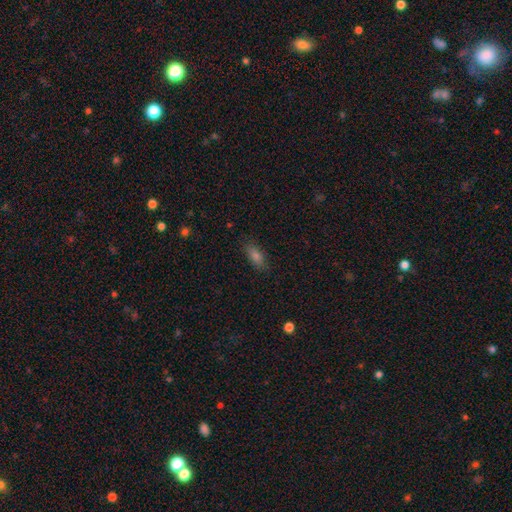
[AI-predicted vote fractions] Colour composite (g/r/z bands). It shows a smooth galaxy with no disk features (71%) that is in between round and cigar-shaped (75%). Merging: none (85%).